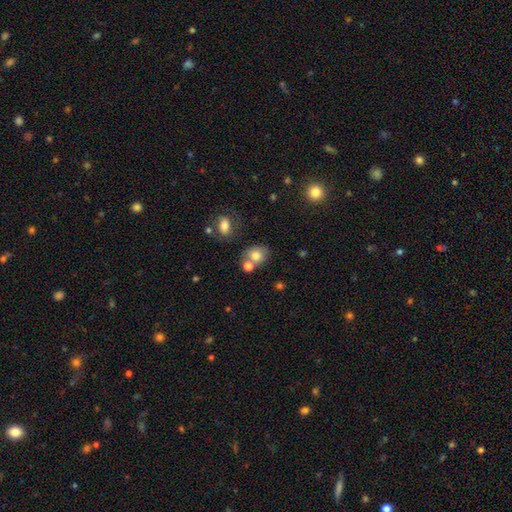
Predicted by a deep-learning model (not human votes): The model was most divided on "how rounded": round: 57%, in between: 42%, cigar-shaped: 1%. More confident: smooth or featured — smooth (76%); merging — none (51%).